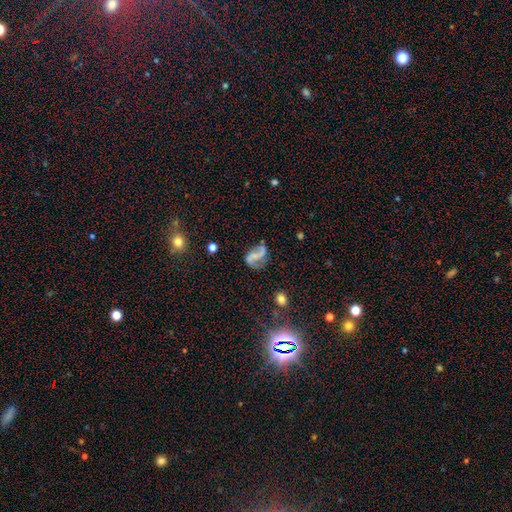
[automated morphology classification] smooth_or_featured: featured or disk (p=0.74) [alt: smooth p=0.17]
disk_edge_on: no (p=0.98) [alt: yes p=0.02]
bar: no (p=0.39) [alt: weak p=0.37]
has_spiral_arms: yes (p=0.89) [alt: no p=0.11]
spiral_winding: loose (p=0.71) [alt: medium p=0.23]
spiral_arm_count: 2 (p=0.88) [alt: 1 p=0.05]
bulge_size: none (p=0.57) [alt: small p=0.29]
merging: none (p=0.58) [alt: minor disturbance p=0.20]